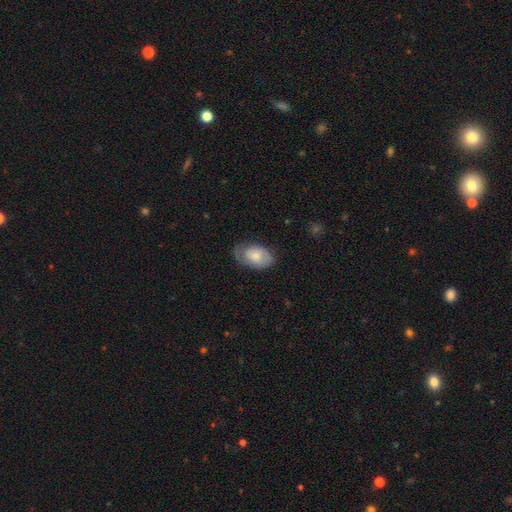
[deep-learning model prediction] Smooth or featured? Predicted: smooth (p=0.61). How rounded? Predicted: in between (p=0.90). Merging? Predicted: none (p=0.55).